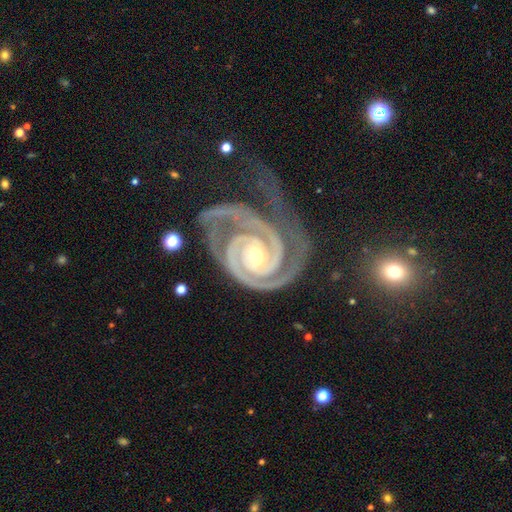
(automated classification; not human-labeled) Overall: featured or disk (94%). Edge-on disk: no (98%). Bar: no (57%; weak 25%). Spiral arms: yes (99%). Spiral arm count: 2 (72%). Spiral winding: tight (81%). Bulge size: small (51%; moderate 45%). Merging: none (44%; major disturbance 30%).